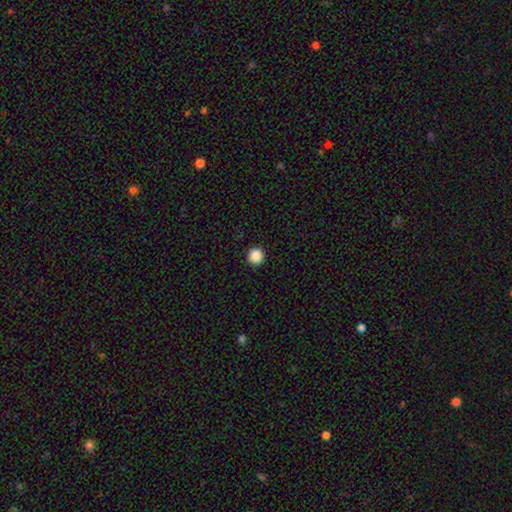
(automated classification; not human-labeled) smooth-or-featured: smooth: 88% | star or artifact: 10% | featured or disk: 2%
  how-rounded: round: 95% | in between: 4% | cigar-shaped: 1%
  merging: none: 94% | minor disturbance: 4% | major disturbance: 1% | merger: 1%